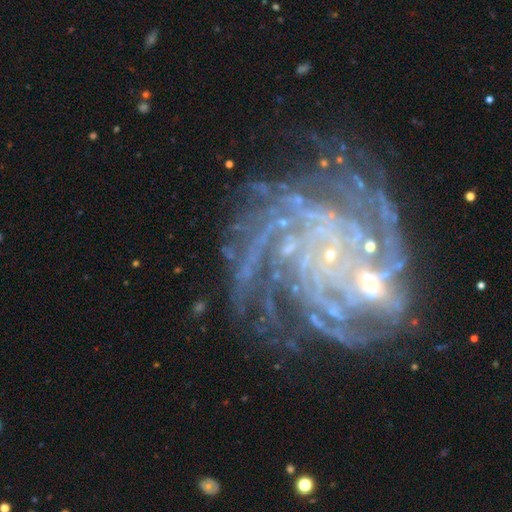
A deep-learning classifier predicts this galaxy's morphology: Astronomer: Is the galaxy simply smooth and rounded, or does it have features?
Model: featured or disk — 86%.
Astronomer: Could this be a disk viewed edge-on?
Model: no — 98%.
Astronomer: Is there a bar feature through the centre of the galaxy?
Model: no — 67%.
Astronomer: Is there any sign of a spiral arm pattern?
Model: yes — 96%.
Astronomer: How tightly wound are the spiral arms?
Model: tight — 65%.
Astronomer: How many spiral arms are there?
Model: more than 4 — 28% (runner-up: can't tell, 21%).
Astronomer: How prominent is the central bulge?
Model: small — 78%.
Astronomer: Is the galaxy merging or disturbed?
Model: none — 58%.